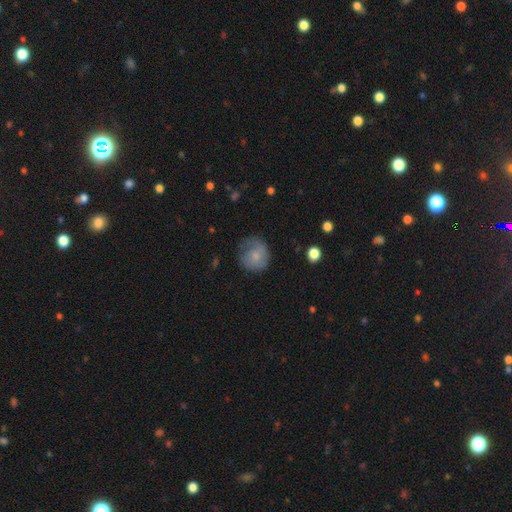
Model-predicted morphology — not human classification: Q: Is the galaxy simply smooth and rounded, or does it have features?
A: smooth — 67%.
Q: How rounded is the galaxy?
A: round — 83%.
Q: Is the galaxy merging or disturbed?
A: none — 56%.